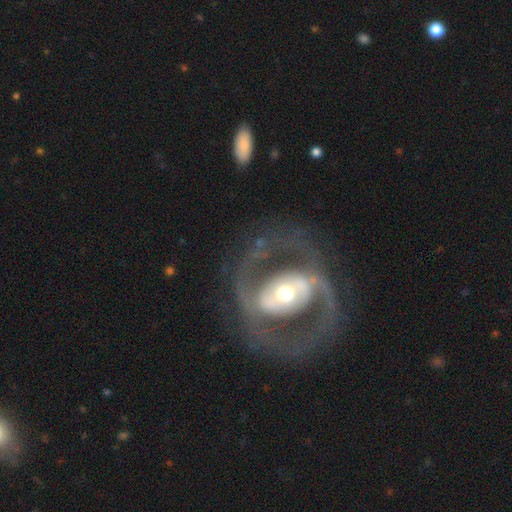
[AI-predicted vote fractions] Q: Smooth or featured?
A: featured or disk (87%); runner-up: smooth (8%)
Q: Edge-on disk?
A: no (96%); runner-up: yes (4%)
Q: Bar?
A: strong (46%); runner-up: weak (28%)
Q: Spiral arms?
A: yes (82%); runner-up: no (18%)
Q: Spiral winding?
A: medium (51%); runner-up: tight (32%)
Q: Spiral arm count?
A: 2 (87%); runner-up: can't tell (6%)
Q: Bulge size?
A: moderate (54%); runner-up: small (32%)
Q: Merging?
A: none (75%); runner-up: minor disturbance (11%)